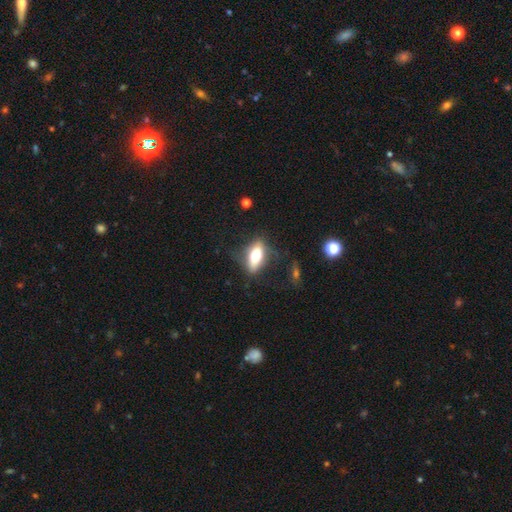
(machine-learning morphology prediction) This appears to be a smooth galaxy with no disk features (62%) that is in between round and cigar-shaped (74%). Merging: none (67%).